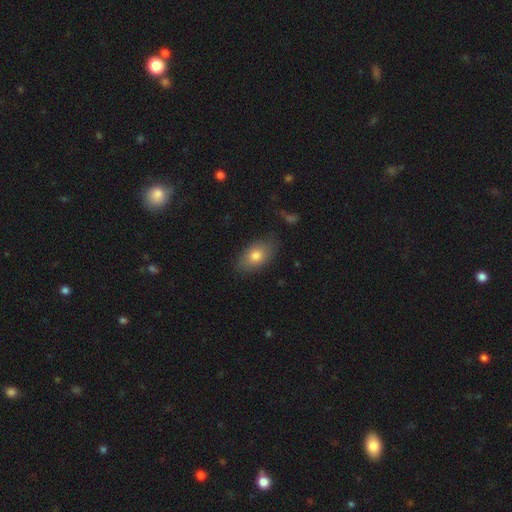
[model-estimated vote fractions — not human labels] Smooth or featured?
  - smooth: 78% *
  - featured or disk: 14%
  - star or artifact: 8%
How rounded?
  - in between: 88% *
  - round: 10%
  - cigar-shaped: 2%
Merging?
  - none: 79% *
  - minor disturbance: 16%
  - major disturbance: 4%
  - merger: 2%